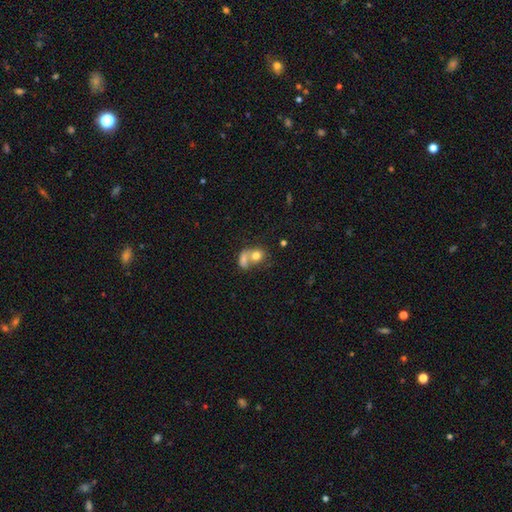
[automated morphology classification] A smooth galaxy with no disk features (74%) that is round (62%).

Vote fractions:
- Smooth or featured? smooth: 74% / featured or disk: 17% / star or artifact: 9%
- How rounded? round: 62% / in between: 37% / cigar-shaped: 2%
- Merging? merger: 61% / none: 24% / minor disturbance: 8% / major disturbance: 7%